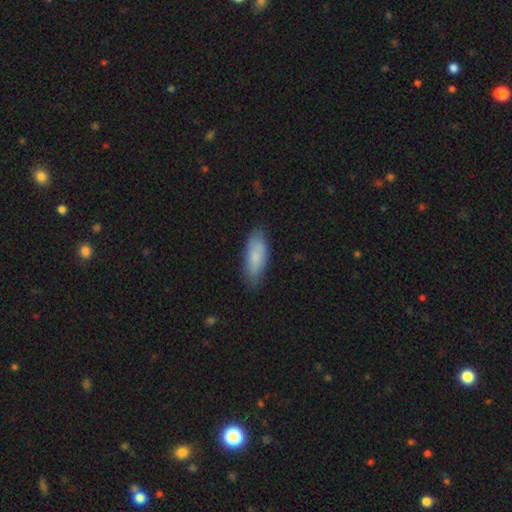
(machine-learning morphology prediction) smooth 82%, featured or disk 12%, star or artifact 6%. Down the decision tree: how rounded — in between (71%); merging — none (80%).